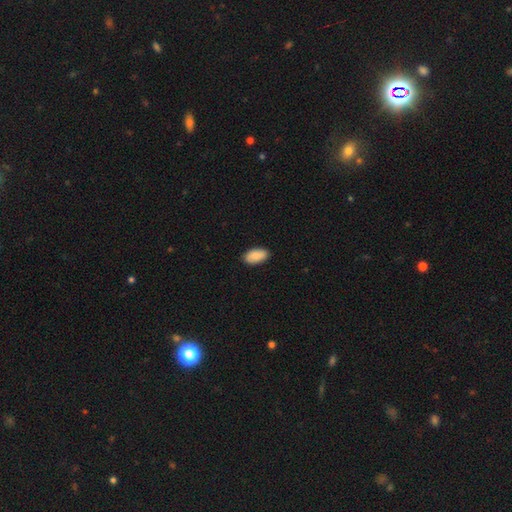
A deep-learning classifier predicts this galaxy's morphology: smooth-or-featured: smooth: 89% | star or artifact: 6% | featured or disk: 5%
  how-rounded: in between: 95% | round: 3% | cigar-shaped: 2%
  merging: none: 89% | minor disturbance: 9% | major disturbance: 2% | merger: 1%